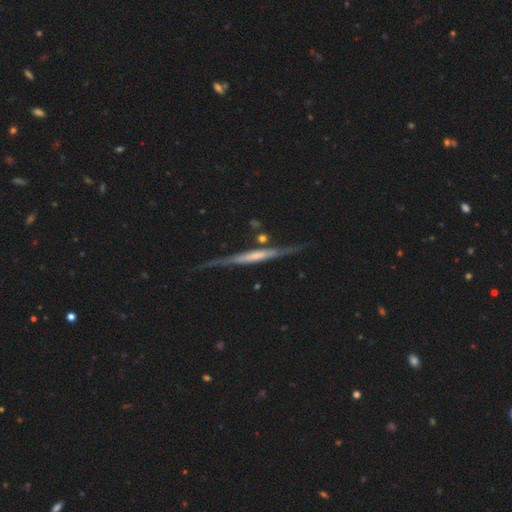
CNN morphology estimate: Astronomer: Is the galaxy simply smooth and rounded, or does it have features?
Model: featured or disk — 72%.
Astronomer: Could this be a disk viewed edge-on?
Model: yes — 93%.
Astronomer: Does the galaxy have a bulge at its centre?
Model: none — 47% (runner-up: boxy, 27%).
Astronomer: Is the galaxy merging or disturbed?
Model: none — 69%.